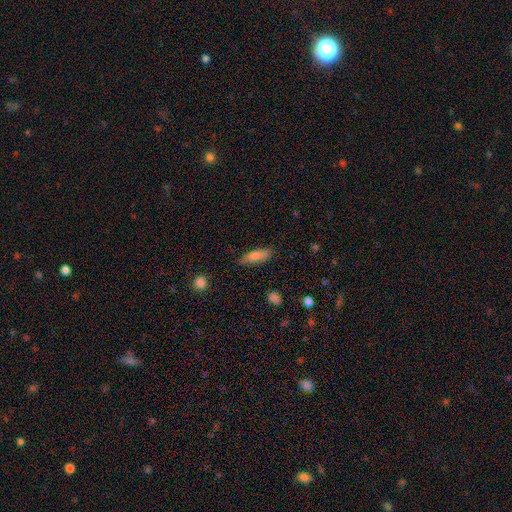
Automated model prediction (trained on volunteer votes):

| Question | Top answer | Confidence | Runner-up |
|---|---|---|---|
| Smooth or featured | smooth | 74% | featured or disk (19%) |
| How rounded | in between | 56% | cigar-shaped (41%) |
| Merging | none | 78% | minor disturbance (17%) |